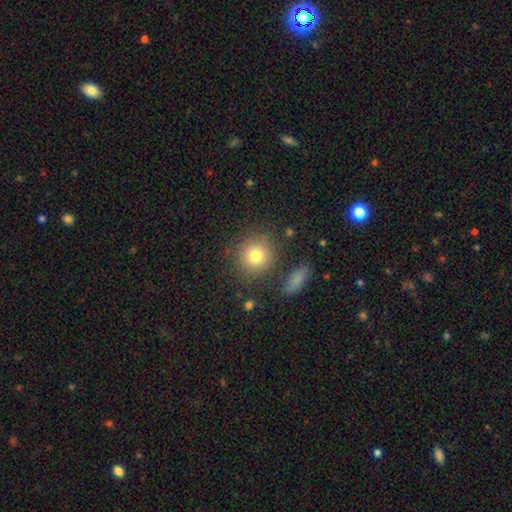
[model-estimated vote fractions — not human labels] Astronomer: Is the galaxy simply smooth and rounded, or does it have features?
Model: smooth — 79%.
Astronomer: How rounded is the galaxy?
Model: round — 89%.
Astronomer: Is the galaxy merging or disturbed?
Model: none — 83%.